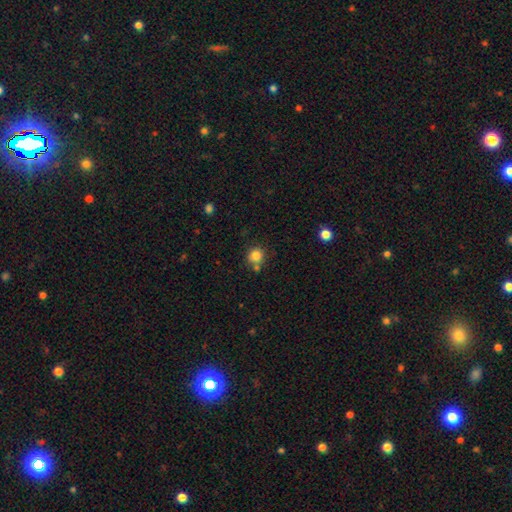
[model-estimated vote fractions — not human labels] A smooth galaxy with no disk features (83%) that is round (89%).

Vote fractions:
- Smooth or featured? smooth: 83% / star or artifact: 11% / featured or disk: 6%
- How rounded? round: 89% / in between: 10% / cigar-shaped: 1%
- Merging? none: 71% / merger: 15% / minor disturbance: 10% / major disturbance: 3%